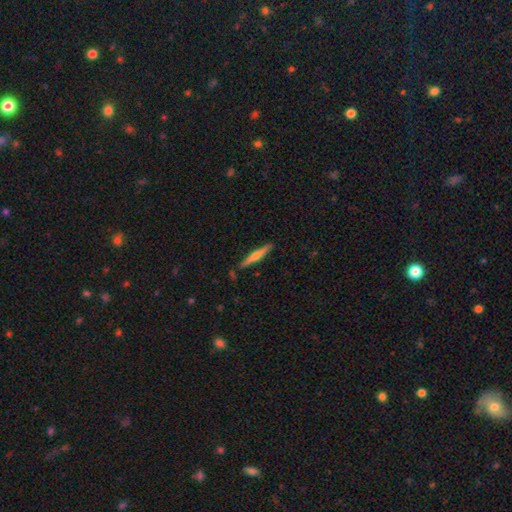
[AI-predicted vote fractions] featured or disk 50%, smooth 45%, star or artifact 6%. Down the decision tree: merging — none (87%).